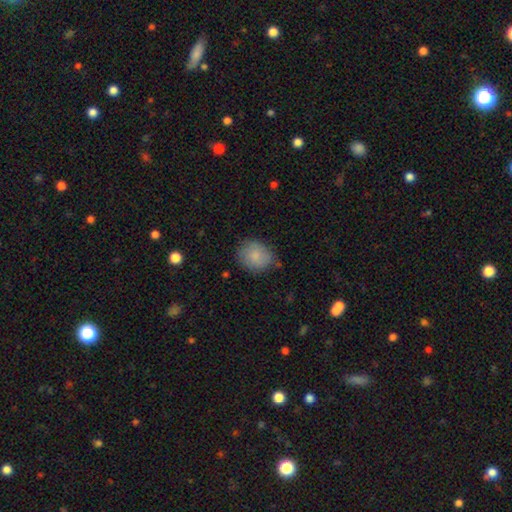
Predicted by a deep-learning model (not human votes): Smooth or featured: smooth — 81% (featured or disk — 11%)
How rounded: round — 61% (in between — 38%)
Merging: none — 72% (minor disturbance — 22%)